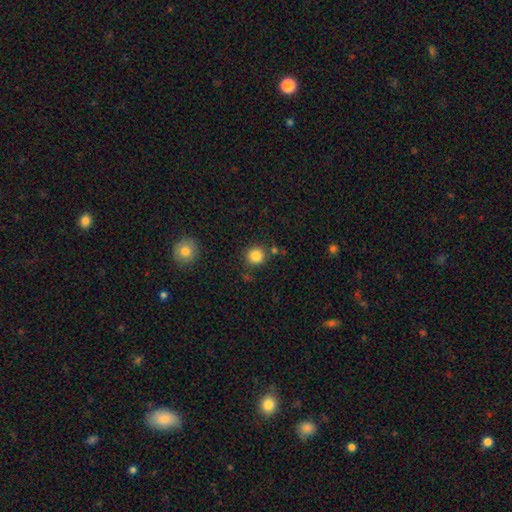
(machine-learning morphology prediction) This appears to be a smooth galaxy with no disk features (85%) that is round (91%). Merging: none (82%).